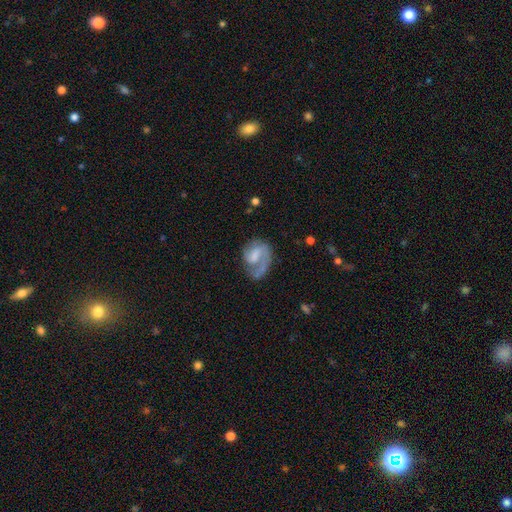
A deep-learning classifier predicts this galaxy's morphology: Smooth or featured? featured or disk (68%)
Edge-on disk? no (98%)
Bar? weak (45%)
Spiral arms? yes (86%)
Spiral winding? medium (40%)
Spiral arm count? 1 (68%)
Bulge size? none (35%)
Merging? none (43%)